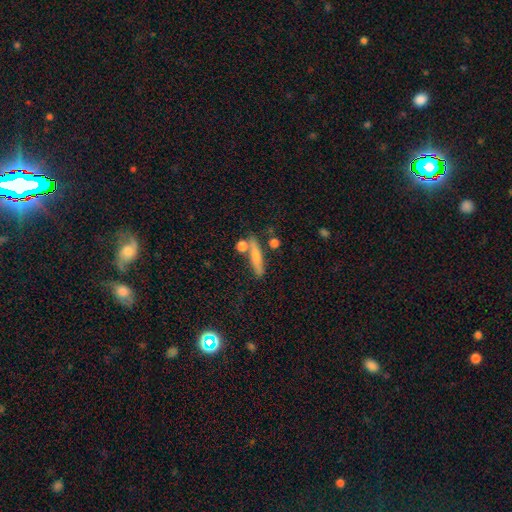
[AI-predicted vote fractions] smooth-or-featured: smooth: 60% | featured or disk: 31% | star or artifact: 9%
  how-rounded: cigar-shaped: 79% | in between: 15% | round: 6%
  merging: none: 68% | minor disturbance: 14% | merger: 13% | major disturbance: 5%